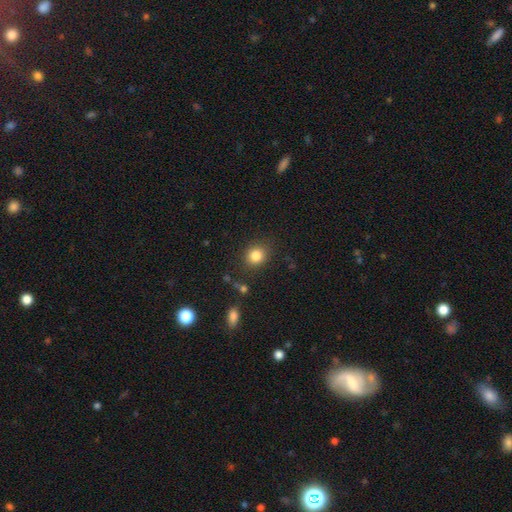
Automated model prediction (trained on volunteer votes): smooth_or_featured: smooth (p=0.84) [alt: star or artifact p=0.11]
how_rounded: round (p=0.78) [alt: in between p=0.21]
merging: none (p=0.86) [alt: minor disturbance p=0.09]